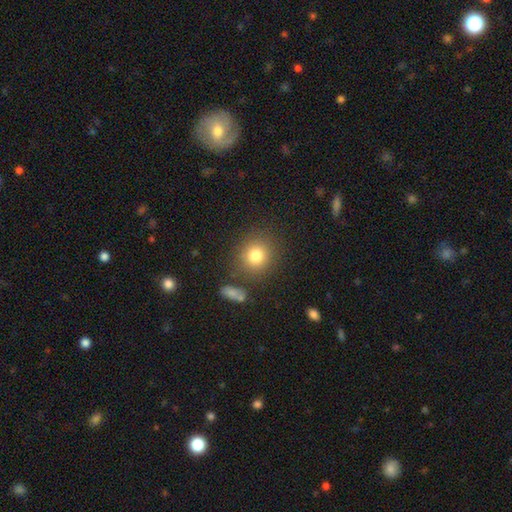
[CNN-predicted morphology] A smooth galaxy with no disk features (81%) that is round (86%). Merging: none (82%).